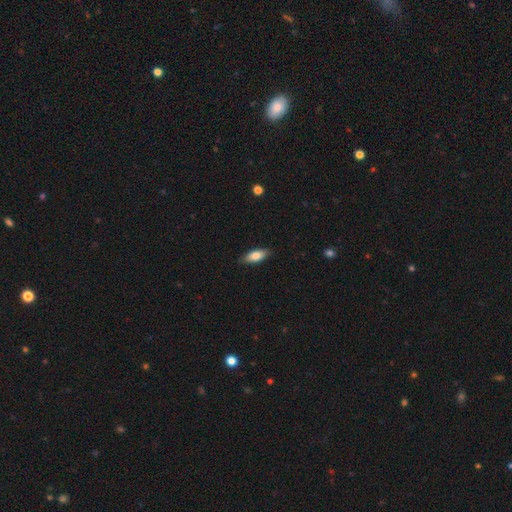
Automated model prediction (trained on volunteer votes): Overall: smooth (80%). How rounded: in between (78%). Merging: none (86%).